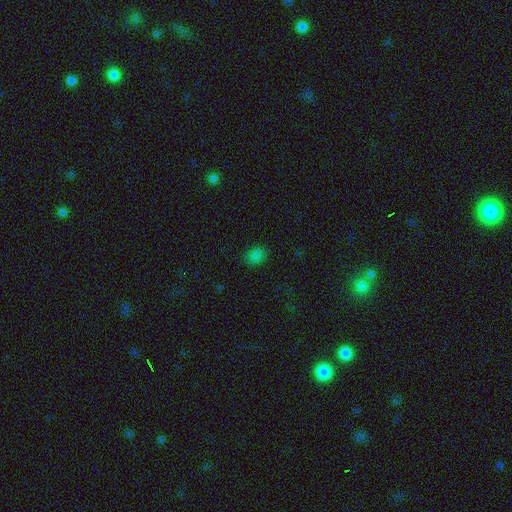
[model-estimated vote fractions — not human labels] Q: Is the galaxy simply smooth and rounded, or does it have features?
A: smooth — 81%.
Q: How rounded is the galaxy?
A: in between — 55%.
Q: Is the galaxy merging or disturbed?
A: none — 84%.